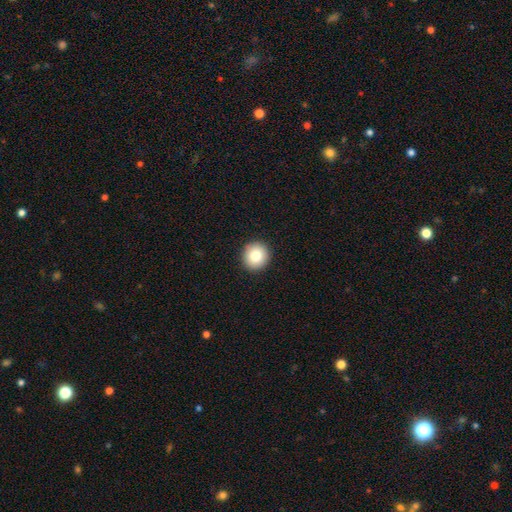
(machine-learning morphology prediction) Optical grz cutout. It shows a smooth galaxy with no disk features (83%) that is round (93%). Merging: none (93%).